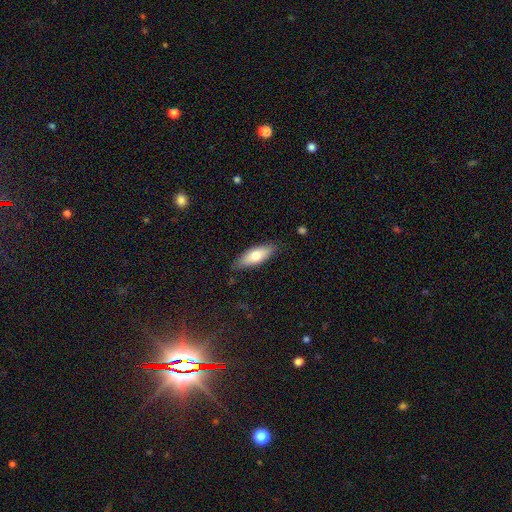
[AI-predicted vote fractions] This appears to be a smooth galaxy with no disk features (70%) that is in between round and cigar-shaped (67%). Merging: none (82%).